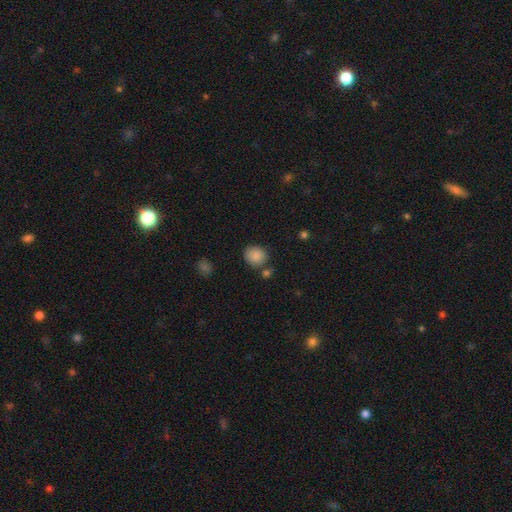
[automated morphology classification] This appears to be a smooth galaxy with no disk features (86%) that is round (76%). Merging: none (74%).